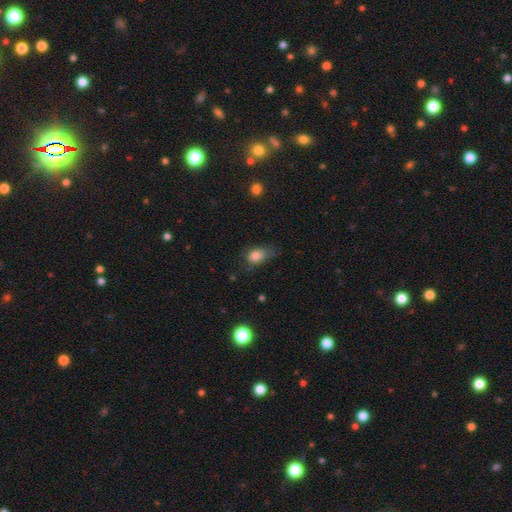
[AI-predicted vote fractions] A smooth galaxy with no disk features (80%) that is in between round and cigar-shaped (79%).

Vote fractions:
- Smooth or featured? smooth: 80% / featured or disk: 11% / star or artifact: 9%
- How rounded? in between: 79% / round: 18% / cigar-shaped: 3%
- Merging? none: 45% / minor disturbance: 34% / major disturbance: 19% / merger: 2%